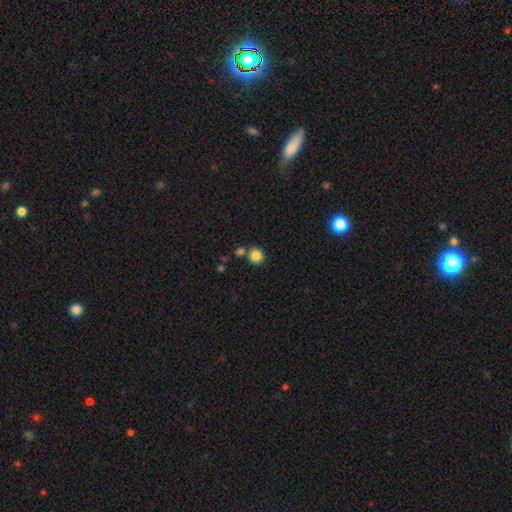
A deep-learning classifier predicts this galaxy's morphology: A smooth galaxy with no disk features (84%) that is round (92%). Merging: none (71%).